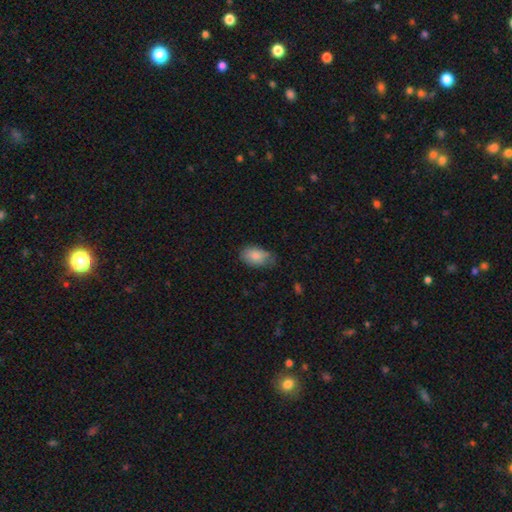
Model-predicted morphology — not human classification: Smooth or featured?
  - smooth: 84% *
  - featured or disk: 9%
  - star or artifact: 7%
How rounded?
  - in between: 90% *
  - round: 8%
  - cigar-shaped: 2%
Merging?
  - none: 55% *
  - minor disturbance: 35%
  - major disturbance: 8%
  - merger: 2%